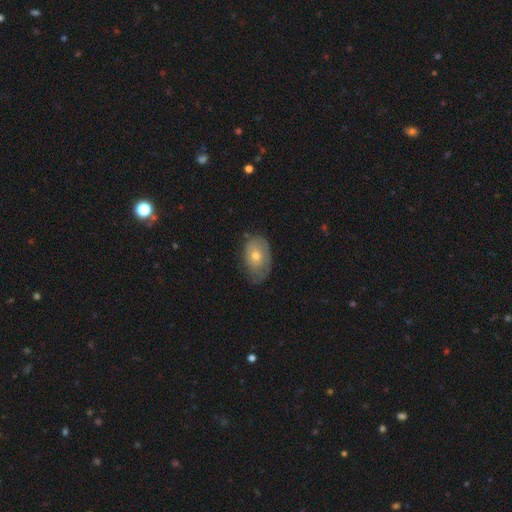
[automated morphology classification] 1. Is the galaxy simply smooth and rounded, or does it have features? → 58% smooth, 36% featured or disk, 7% star or artifact.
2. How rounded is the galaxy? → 86% in between, 13% round, 1% cigar-shaped.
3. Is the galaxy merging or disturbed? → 52% none, 34% minor disturbance, 12% major disturbance, 2% merger.